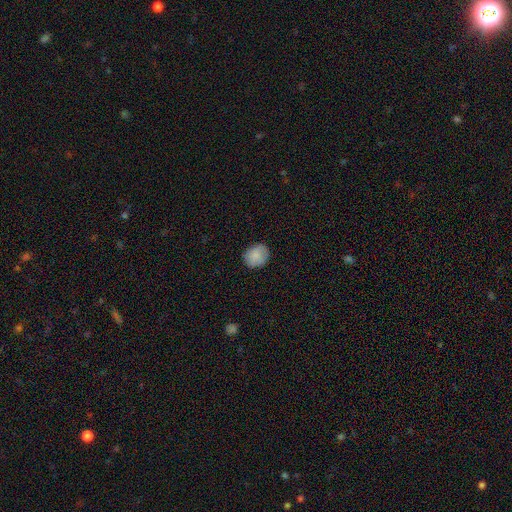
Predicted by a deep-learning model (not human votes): A smooth galaxy with no disk features (86%) that is round (65%). Merging: none (84%).